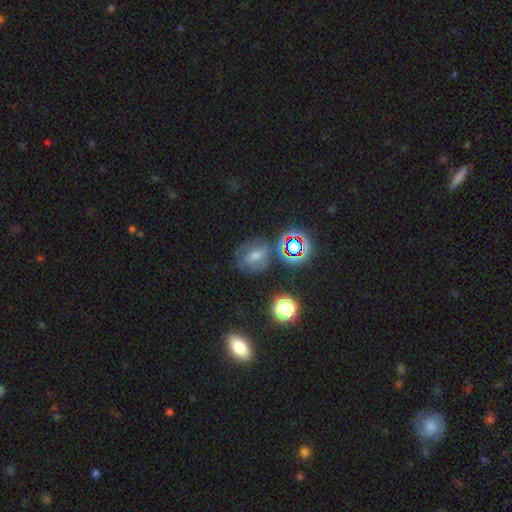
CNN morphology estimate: A smooth galaxy with no disk features (36%). Merging: none (68%).